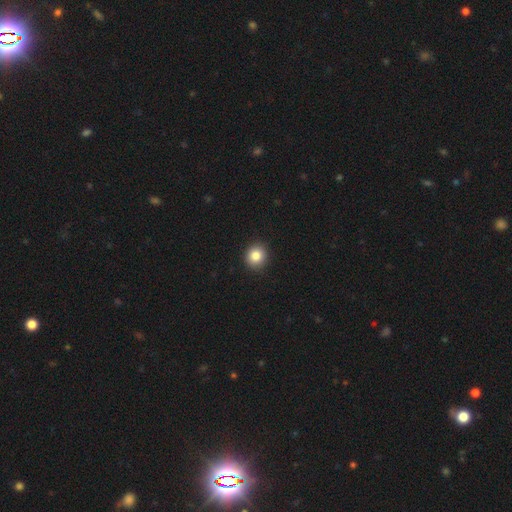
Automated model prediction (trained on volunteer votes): The model was most divided on "how rounded": round: 85%, in between: 14%, cigar-shaped: 1%. More confident: merging — none (91%); smooth or featured — smooth (85%).